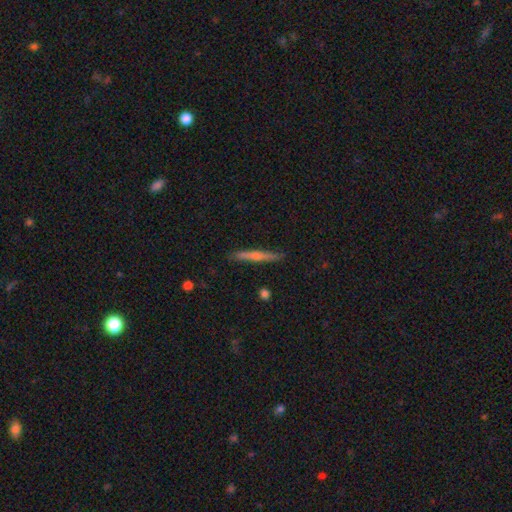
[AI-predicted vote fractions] smooth 48%, featured or disk 46%, star or artifact 6%. Down the decision tree: merging — none (88%).